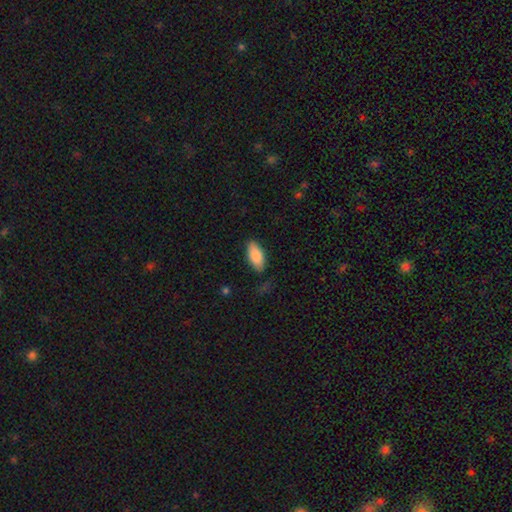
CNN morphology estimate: Smooth or featured? smooth (84%)
How rounded? in between (88%)
Merging? none (82%)